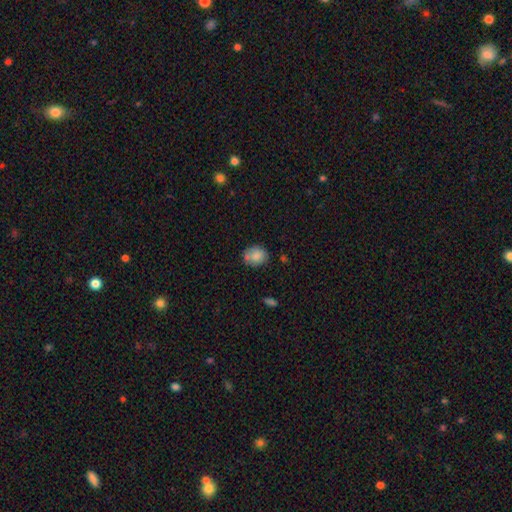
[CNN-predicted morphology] Smooth or featured? Predicted: smooth (p=0.82). How rounded? Predicted: round (p=0.58). Merging? Predicted: none (p=0.64).